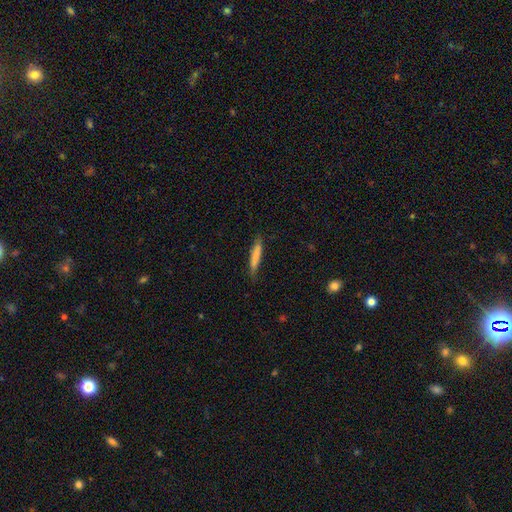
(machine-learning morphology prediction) Smooth or featured? smooth (77%)
How rounded? cigar-shaped (90%)
Merging? none (78%)